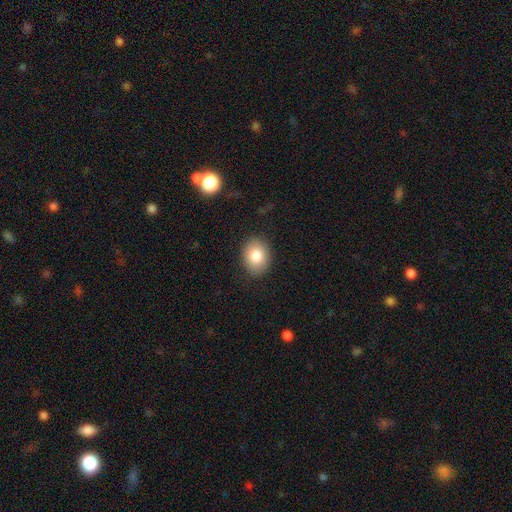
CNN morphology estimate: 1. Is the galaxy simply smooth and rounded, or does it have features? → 82% smooth, 9% featured or disk, 8% star or artifact.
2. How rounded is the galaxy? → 56% in between, 43% round, 1% cigar-shaped.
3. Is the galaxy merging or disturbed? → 87% none, 9% minor disturbance, 3% major disturbance, 1% merger.